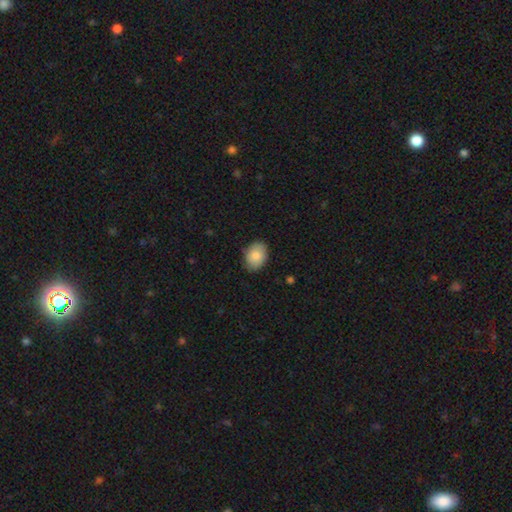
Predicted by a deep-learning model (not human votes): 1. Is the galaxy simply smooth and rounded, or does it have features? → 83% smooth, 11% featured or disk, 7% star or artifact.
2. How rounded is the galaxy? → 73% in between, 26% round, 1% cigar-shaped.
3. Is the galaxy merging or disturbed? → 78% none, 18% minor disturbance, 3% major disturbance, 1% merger.